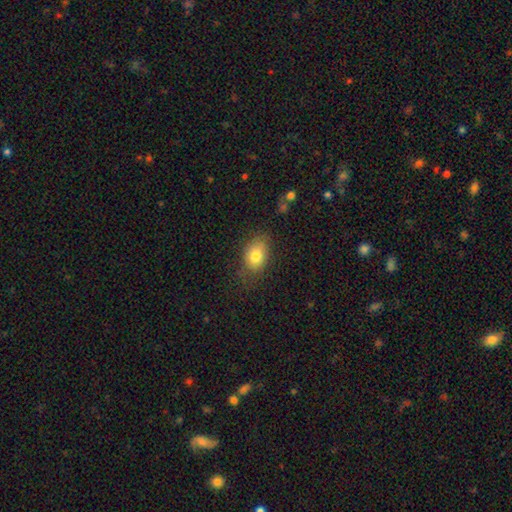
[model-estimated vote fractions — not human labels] Smooth or featured? Predicted: smooth (p=0.80). How rounded? Predicted: in between (p=0.78). Merging? Predicted: none (p=0.71).